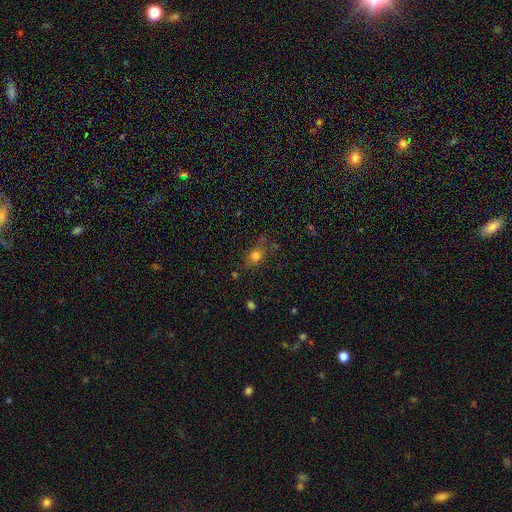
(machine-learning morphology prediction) Smooth or featured?
  - smooth: 76% *
  - star or artifact: 14%
  - featured or disk: 11%
How rounded?
  - in between: 67% *
  - round: 29%
  - cigar-shaped: 4%
Merging?
  - none: 68% *
  - minor disturbance: 20%
  - major disturbance: 7%
  - merger: 5%